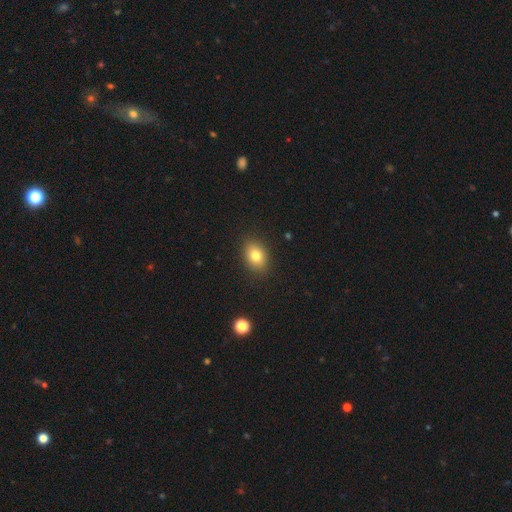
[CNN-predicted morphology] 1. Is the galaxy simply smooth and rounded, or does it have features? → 80% smooth, 10% star or artifact, 10% featured or disk.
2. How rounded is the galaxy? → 72% in between, 27% round, 1% cigar-shaped.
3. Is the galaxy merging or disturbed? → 88% none, 9% minor disturbance, 2% major disturbance, 1% merger.